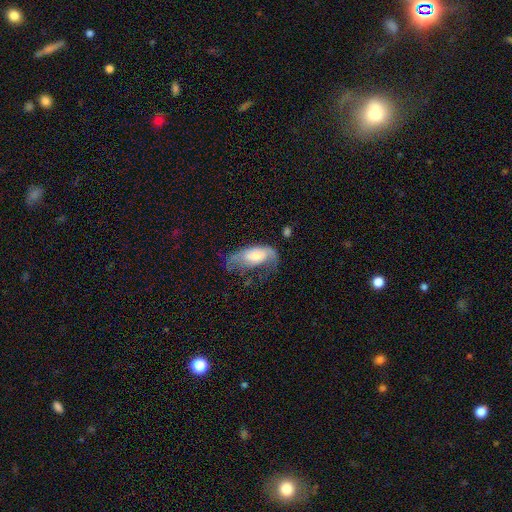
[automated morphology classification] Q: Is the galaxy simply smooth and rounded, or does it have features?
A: smooth — 48%.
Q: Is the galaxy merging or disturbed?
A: major disturbance — 39%.